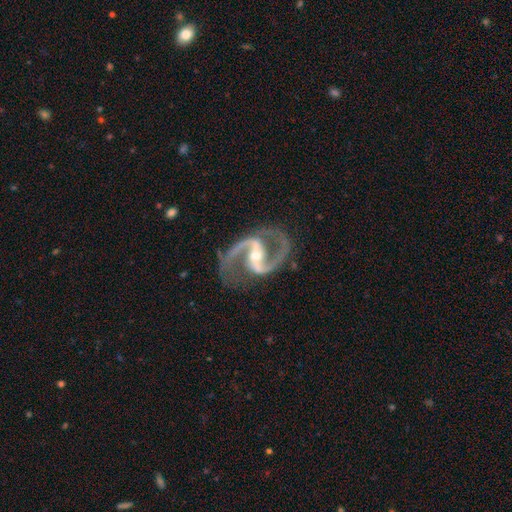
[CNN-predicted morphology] Smooth or featured? featured or disk (94%)
Edge-on disk? no (98%)
Bar? strong (47%)
Spiral arms? yes (99%)
Spiral winding? medium (68%)
Spiral arm count? 2 (95%)
Bulge size? small (50%)
Merging? none (81%)